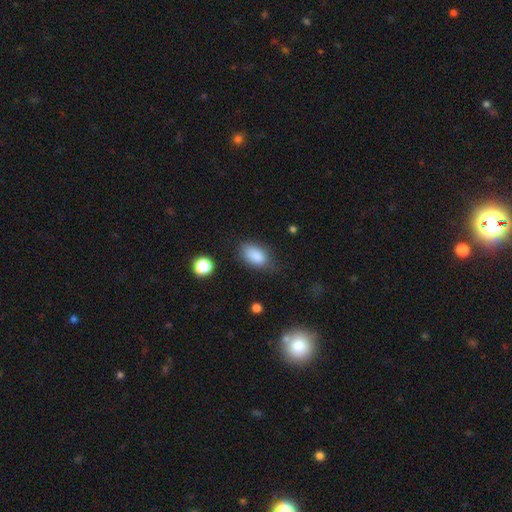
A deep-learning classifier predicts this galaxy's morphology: This appears to be a smooth galaxy with no disk features (86%) that is in between round and cigar-shaped (91%). Merging: none (68%).